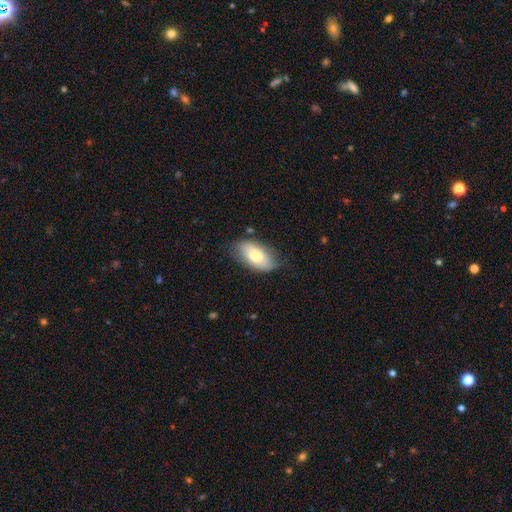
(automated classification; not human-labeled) A smooth galaxy with no disk features (69%) that is in between round and cigar-shaped (93%). Merging: none (73%).